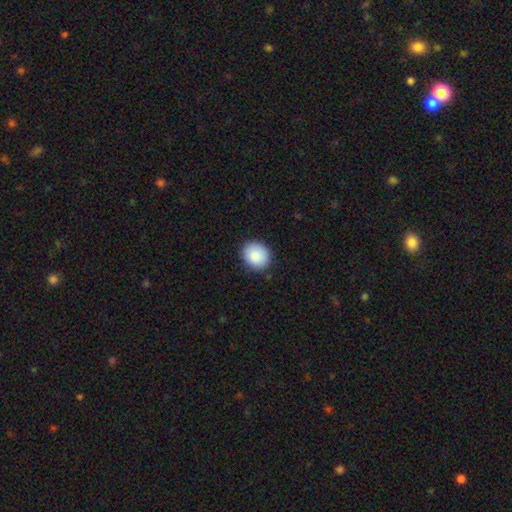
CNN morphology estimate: Smooth or featured? smooth (88%)
How rounded? round (69%)
Merging? none (87%)